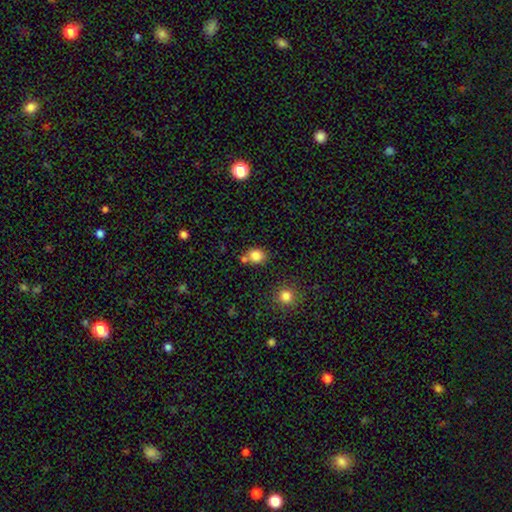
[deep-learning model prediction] A smooth galaxy with no disk features (83%) that is round (63%). Merging: none (66%).